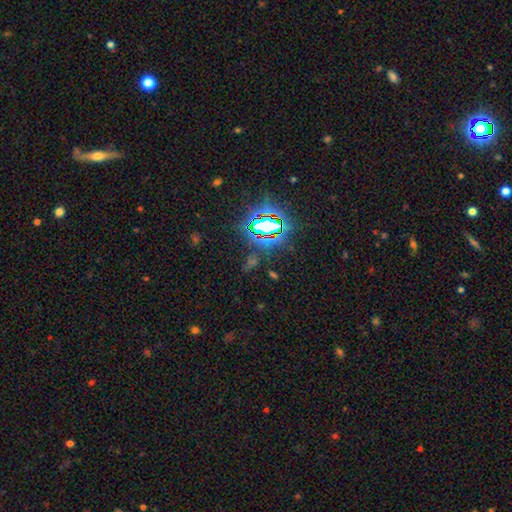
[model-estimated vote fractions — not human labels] smooth-or-featured: star or artifact: 80% | smooth: 12% | featured or disk: 8%